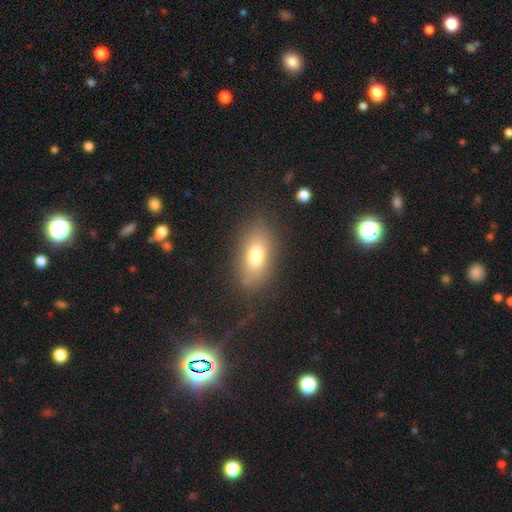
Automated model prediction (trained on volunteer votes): Smooth or featured? Predicted: smooth (p=0.75). How rounded? Predicted: in between (p=0.85). Merging? Predicted: none (p=0.81).